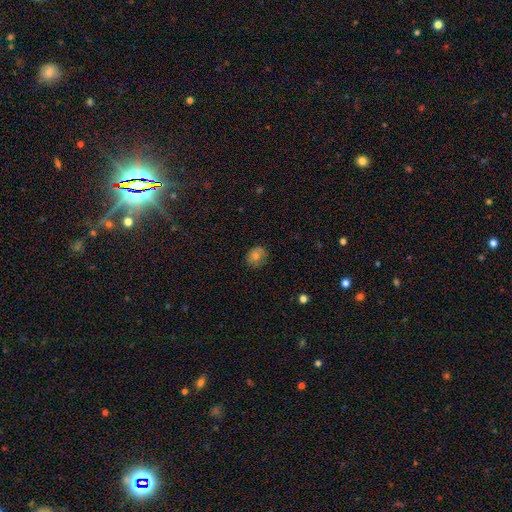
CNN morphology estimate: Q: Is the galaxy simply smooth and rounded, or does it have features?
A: smooth — 74%.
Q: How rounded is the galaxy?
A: round — 61%.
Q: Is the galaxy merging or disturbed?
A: none — 74%.